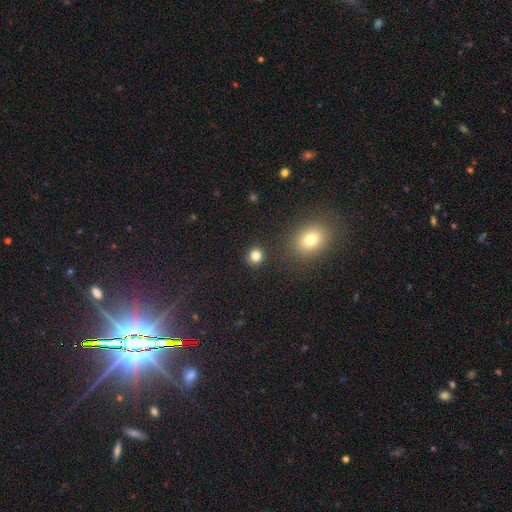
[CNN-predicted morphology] This is clearly a smooth galaxy (81%). How rounded: clearly round (85%). Merging: clearly none (89%).